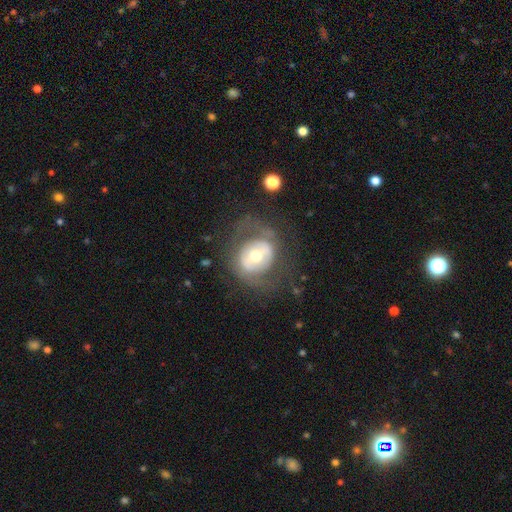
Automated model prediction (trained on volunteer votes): Smooth or featured?
  - featured or disk: 59% *
  - smooth: 33%
  - star or artifact: 7%
Edge-on disk?
  - no: 95% *
  - yes: 5%
Bar?
  - no: 51% *
  - weak: 29%
  - strong: 21%
Spiral arms?
  - no: 66% *
  - yes: 34%
Bulge size?
  - moderate: 65% *
  - small: 23%
  - large: 9%
  - dominant: 1%
  - none: 1%
Merging?
  - none: 61% *
  - major disturbance: 20%
  - minor disturbance: 17%
  - merger: 2%